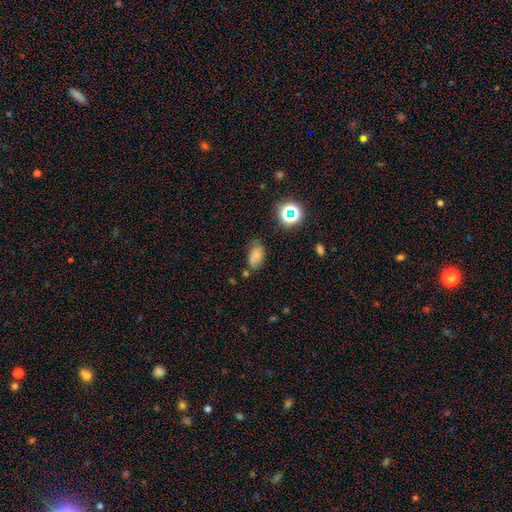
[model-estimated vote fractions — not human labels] A smooth galaxy with no disk features (69%) that is in between round and cigar-shaped (88%). Merging: none (61%).